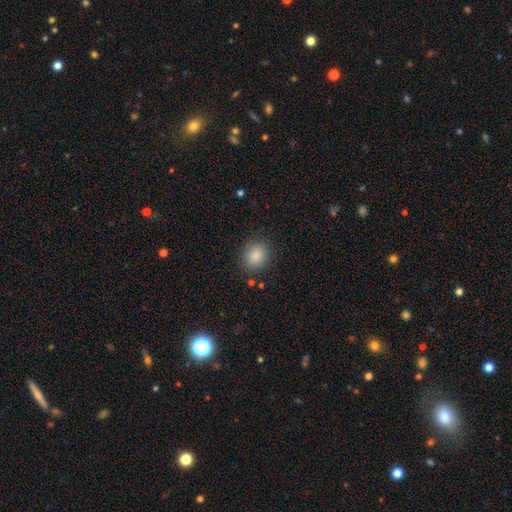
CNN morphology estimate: type=smooth (87%); roundness=round (68%); merging=none (86%).